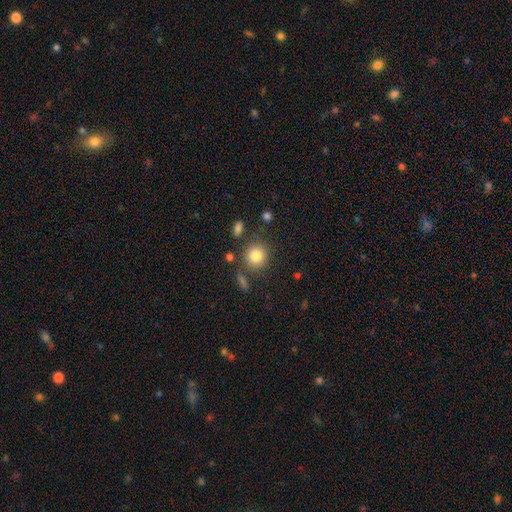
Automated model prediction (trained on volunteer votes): smooth-or-featured: smooth: 83% | star or artifact: 10% | featured or disk: 7%
  how-rounded: round: 87% | in between: 12% | cigar-shaped: 1%
  merging: none: 77% | minor disturbance: 12% | merger: 7% | major disturbance: 4%